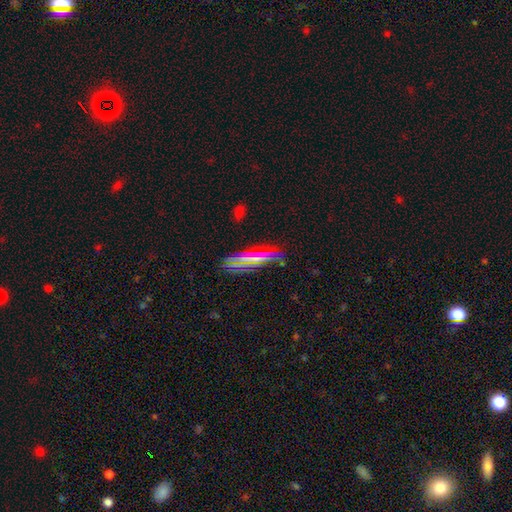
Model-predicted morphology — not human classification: Smooth or featured: smooth — 47% (featured or disk — 33%)
Merging: none — 78% (minor disturbance — 15%)